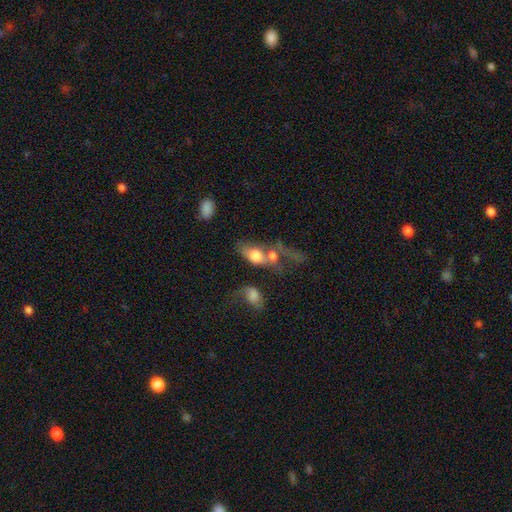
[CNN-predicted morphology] Q: Smooth or featured?
A: smooth (66%); runner-up: featured or disk (24%)
Q: How rounded?
A: in between (78%); runner-up: round (16%)
Q: Merging?
A: merger (56%); runner-up: none (17%)